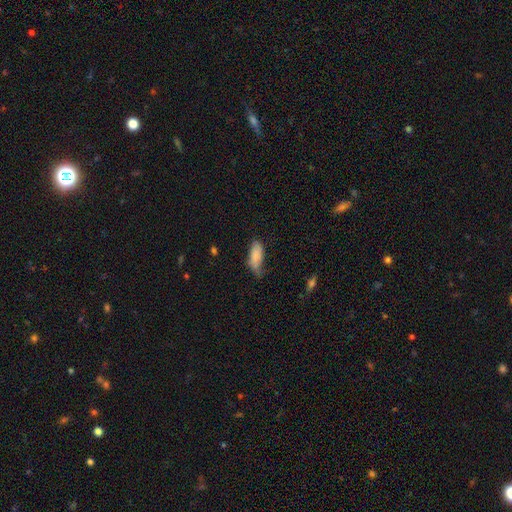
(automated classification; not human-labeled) Smooth or featured? smooth (82%)
How rounded? in between (82%)
Merging? minor disturbance (43%)